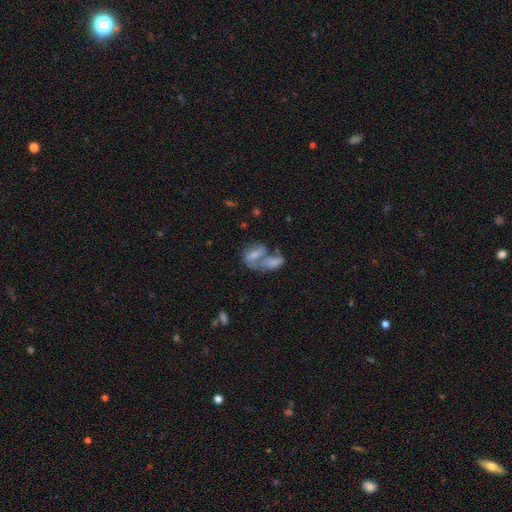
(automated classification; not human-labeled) A smooth galaxy with no disk features (56%) that is in between round and cigar-shaped (81%). Merging: merger (65%).